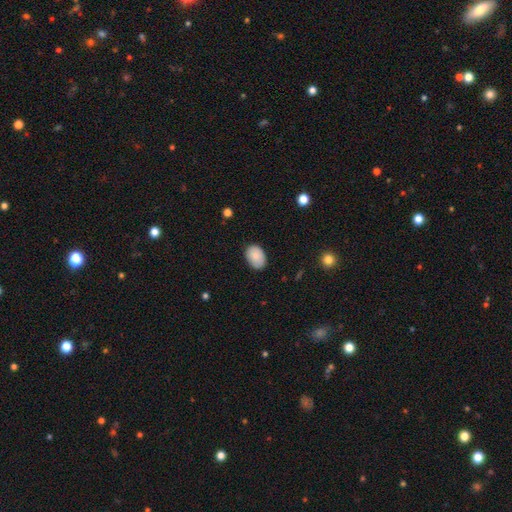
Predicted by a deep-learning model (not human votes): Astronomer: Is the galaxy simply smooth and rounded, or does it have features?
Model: smooth — 87%.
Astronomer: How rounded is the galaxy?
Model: in between — 82%.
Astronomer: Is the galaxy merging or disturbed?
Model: none — 84%.